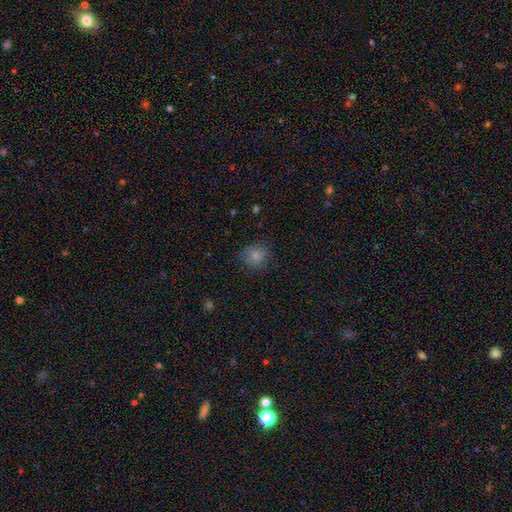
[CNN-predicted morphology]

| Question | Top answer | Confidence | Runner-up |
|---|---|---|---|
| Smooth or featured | smooth | 80% | star or artifact (10%) |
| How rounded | round | 82% | in between (17%) |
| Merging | none | 75% | minor disturbance (18%) |